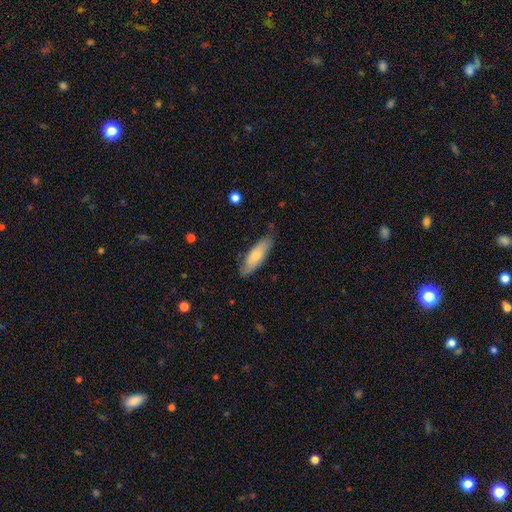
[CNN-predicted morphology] smooth 63%, featured or disk 32%, star or artifact 6%. Down the decision tree: how rounded — in between (57%); merging — none (70%).